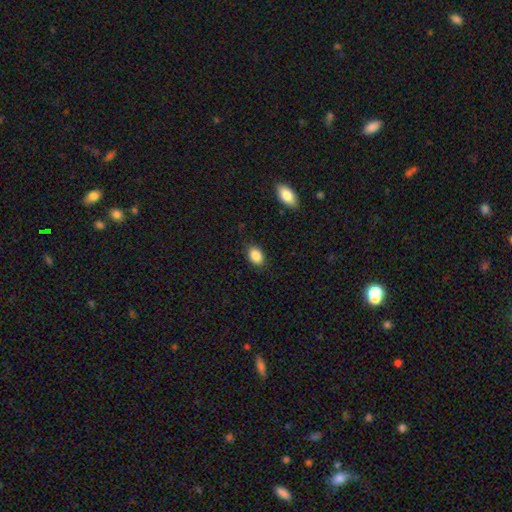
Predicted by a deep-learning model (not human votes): Smooth or featured: smooth — 87% (star or artifact — 8%)
How rounded: in between — 80% (round — 18%)
Merging: none — 86% (minor disturbance — 11%)